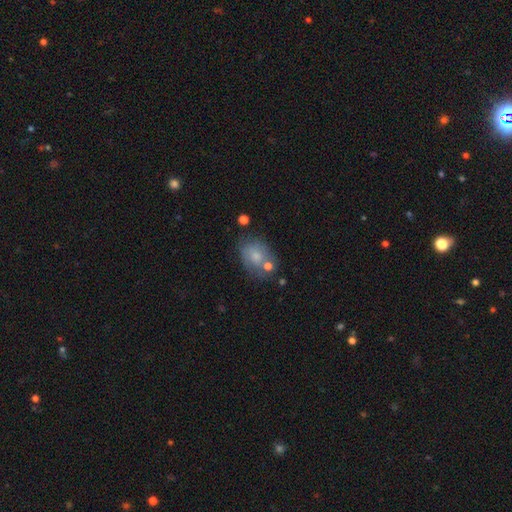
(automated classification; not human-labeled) Q: Smooth or featured?
A: smooth (64%); runner-up: featured or disk (26%)
Q: How rounded?
A: in between (63%); runner-up: round (36%)
Q: Merging?
A: none (52%); runner-up: minor disturbance (22%)